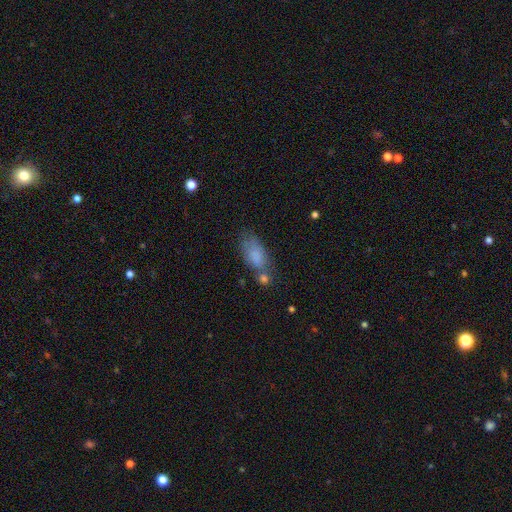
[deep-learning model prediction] The model was most divided on "merging": none: 47%, minor disturbance: 24%, merger: 18%, major disturbance: 12%. More confident: how rounded — in between (85%); smooth or featured — smooth (76%).